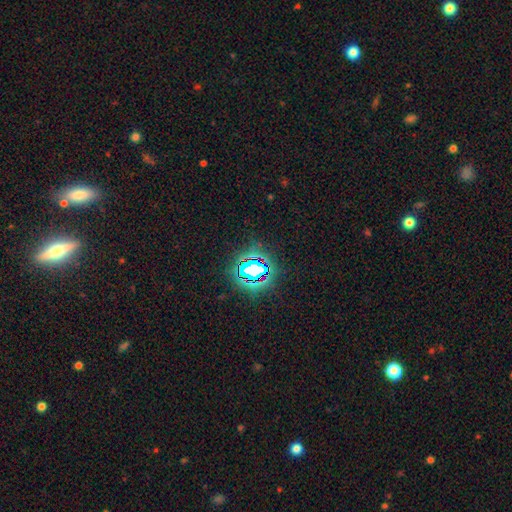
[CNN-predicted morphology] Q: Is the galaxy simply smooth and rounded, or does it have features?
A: star or artifact — 76%.